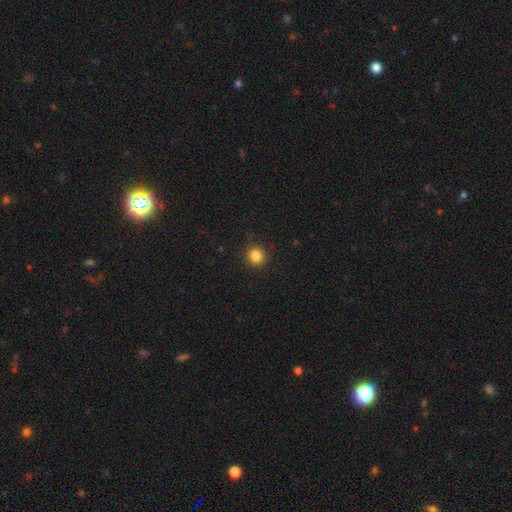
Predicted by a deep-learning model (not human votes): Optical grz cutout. It shows a smooth galaxy with no disk features (84%) that is round (93%). Merging: none (92%).